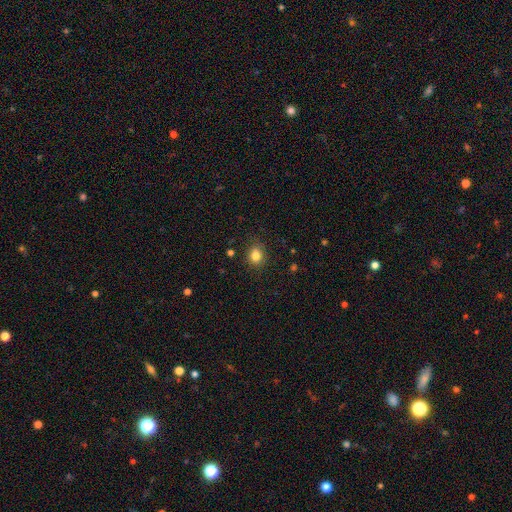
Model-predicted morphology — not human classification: Smooth or featured: smooth — 82% (star or artifact — 12%)
How rounded: round — 70% (in between — 29%)
Merging: none — 82% (minor disturbance — 13%)